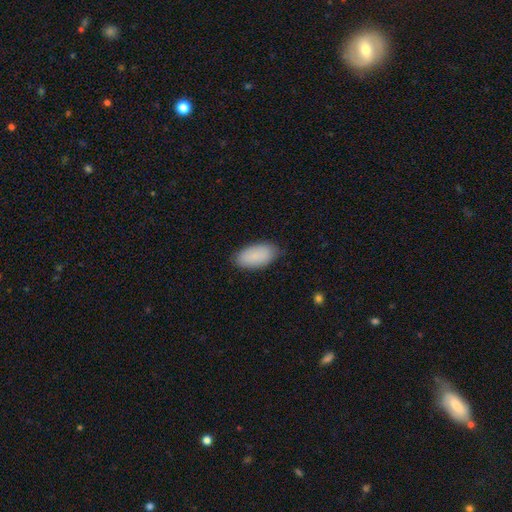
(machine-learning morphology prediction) type=smooth (88%); roundness=in between (94%); merging=none (82%).